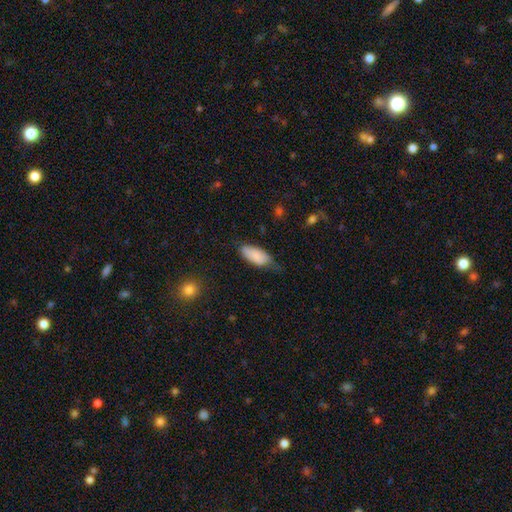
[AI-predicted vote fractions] The model was most divided on "merging": none: 47%, minor disturbance: 39%, major disturbance: 12%, merger: 2%. More confident: how rounded — in between (87%); smooth or featured — smooth (84%).